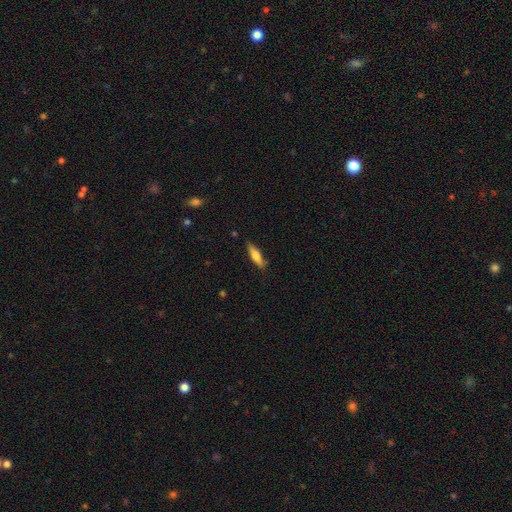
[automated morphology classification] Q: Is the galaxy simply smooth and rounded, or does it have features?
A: smooth — 64%.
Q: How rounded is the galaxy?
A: cigar-shaped — 71%.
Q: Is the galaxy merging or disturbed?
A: none — 83%.